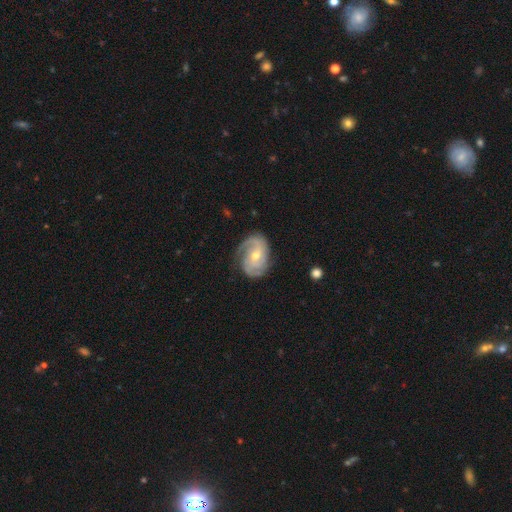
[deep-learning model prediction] The model was most divided on "spiral arm count": 2: 40%, 3: 29%, can't tell: 16%, 1: 5%, 4: 5%, more than 4: 4%. More confident: edge-on disk — no (97%); spiral arms — yes (97%); smooth or featured — featured or disk (86%); merging — none (74%); bar — no (57%); bulge size — moderate (55%); spiral winding — tight (54%).